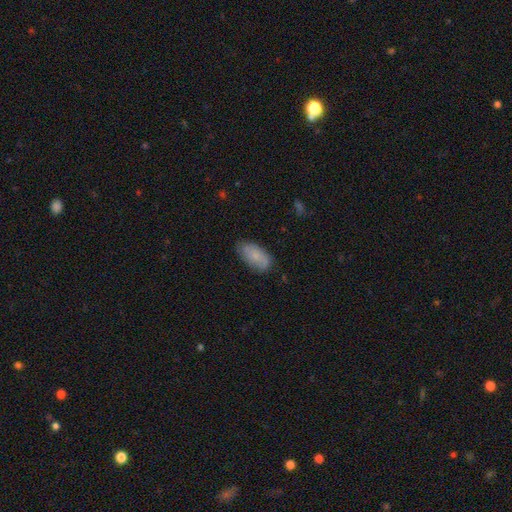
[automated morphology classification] Smooth or featured?
  - smooth: 76% *
  - featured or disk: 18%
  - star or artifact: 7%
How rounded?
  - in between: 92% *
  - cigar-shaped: 5%
  - round: 3%
Merging?
  - none: 74% *
  - minor disturbance: 21%
  - major disturbance: 4%
  - merger: 1%